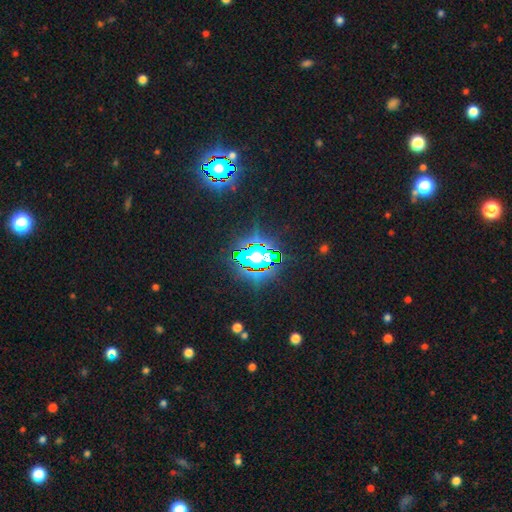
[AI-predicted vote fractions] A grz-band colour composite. It shows a star or artifact, not a galaxy (74%).